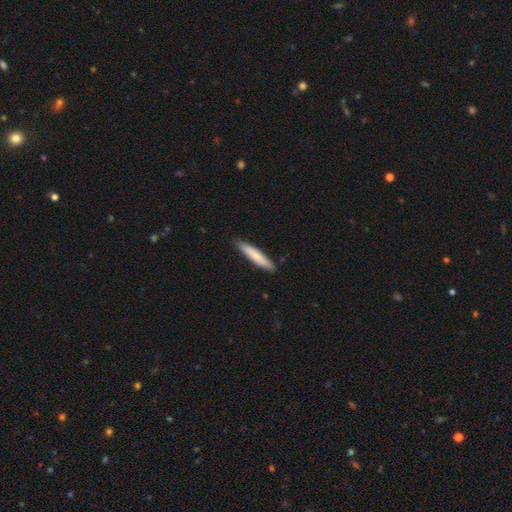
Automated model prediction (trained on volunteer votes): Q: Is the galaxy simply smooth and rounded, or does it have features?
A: smooth — 75%.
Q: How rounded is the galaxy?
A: cigar-shaped — 91%.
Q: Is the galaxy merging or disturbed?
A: none — 89%.